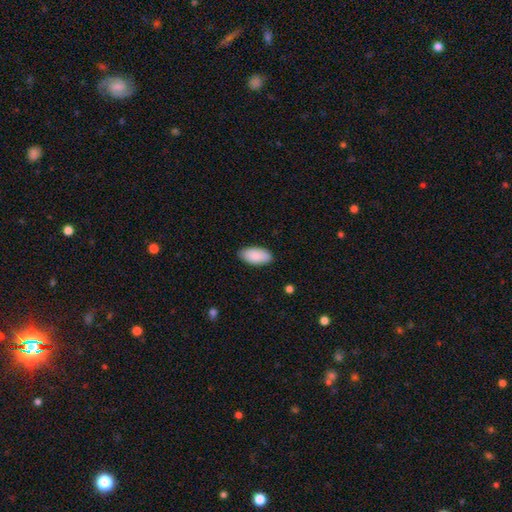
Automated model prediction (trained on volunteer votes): Smooth or featured? Predicted: smooth (p=0.89). How rounded? Predicted: in between (p=0.94). Merging? Predicted: none (p=0.86).